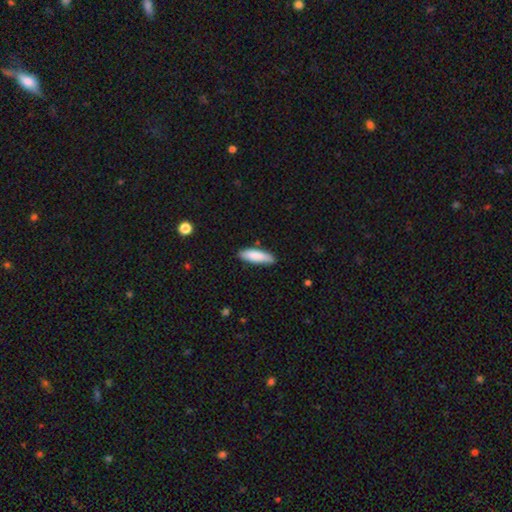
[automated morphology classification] Smooth or featured? smooth (86%)
How rounded? cigar-shaped (52%)
Merging? none (83%)